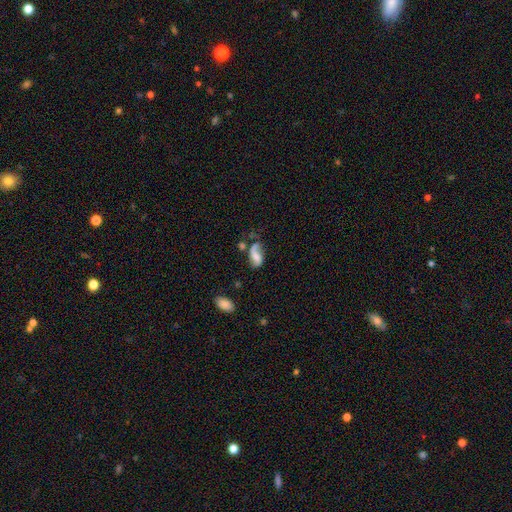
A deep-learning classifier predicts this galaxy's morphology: Smooth or featured? featured or disk (55%)
Edge-on disk? no (96%)
Bar? no (52%)
Spiral arms? yes (84%)
Bulge size? none (34%)
Merging? none (37%)